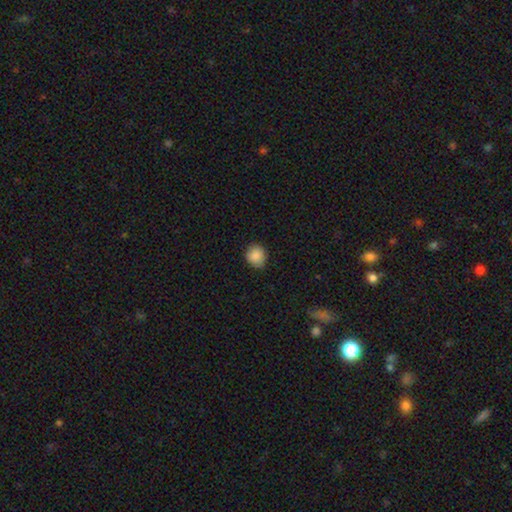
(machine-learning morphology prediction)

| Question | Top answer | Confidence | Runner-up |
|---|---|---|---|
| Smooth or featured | smooth | 88% | star or artifact (8%) |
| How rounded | round | 82% | in between (17%) |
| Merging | none | 80% | minor disturbance (16%) |